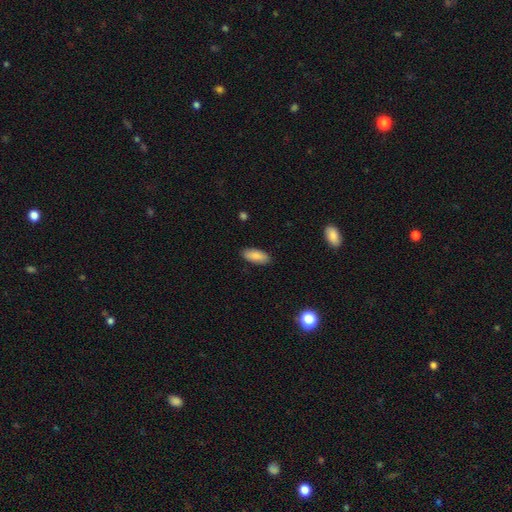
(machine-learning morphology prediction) This appears to be a smooth galaxy with no disk features (85%) that is in between round and cigar-shaped (85%). Merging: none (88%).